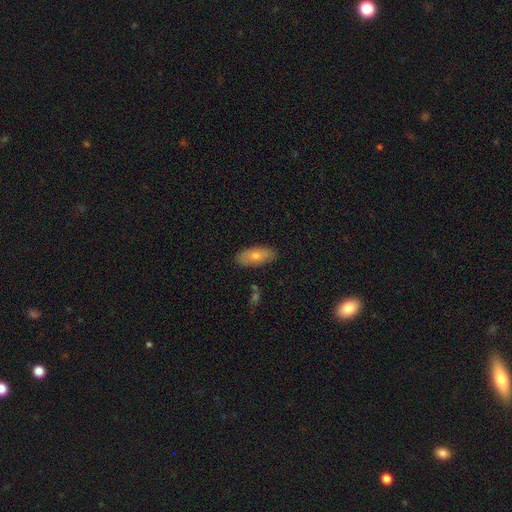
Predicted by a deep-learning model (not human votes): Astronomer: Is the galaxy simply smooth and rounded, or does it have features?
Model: smooth — 72%.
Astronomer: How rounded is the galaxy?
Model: in between — 86%.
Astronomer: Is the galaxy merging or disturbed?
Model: none — 85%.